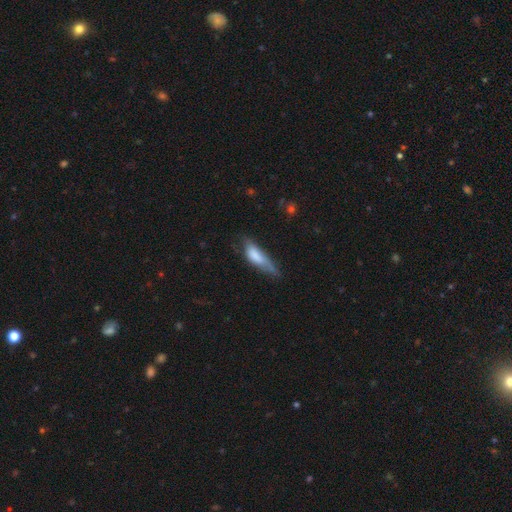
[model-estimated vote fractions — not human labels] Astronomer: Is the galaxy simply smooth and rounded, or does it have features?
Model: smooth — 72%.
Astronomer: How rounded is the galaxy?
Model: in between — 49%, tied with cigar-shaped at 49%.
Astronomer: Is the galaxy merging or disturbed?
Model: minor disturbance — 40% (runner-up: none, 32%).